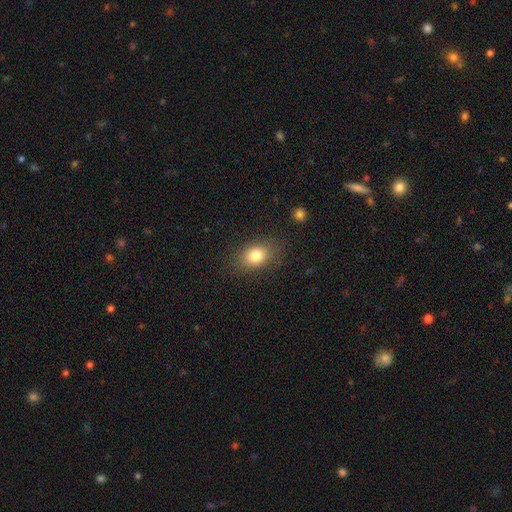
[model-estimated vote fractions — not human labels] smooth-or-featured: smooth: 80% | star or artifact: 10% | featured or disk: 10%
  how-rounded: in between: 70% | round: 28% | cigar-shaped: 2%
  merging: none: 81% | minor disturbance: 13% | major disturbance: 5% | merger: 1%